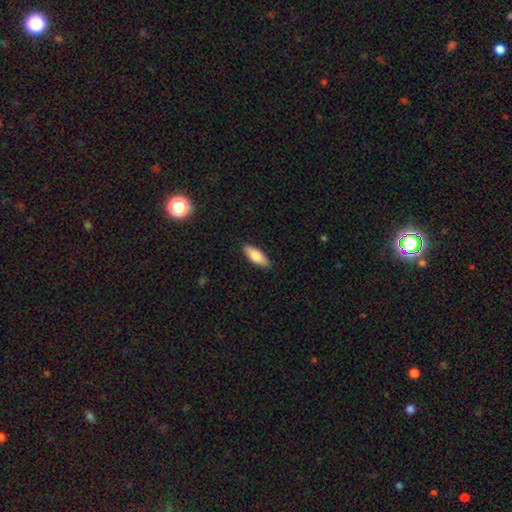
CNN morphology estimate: Smooth or featured? Predicted: smooth (p=0.83). How rounded? Predicted: in between (p=0.73). Merging? Predicted: none (p=0.88).